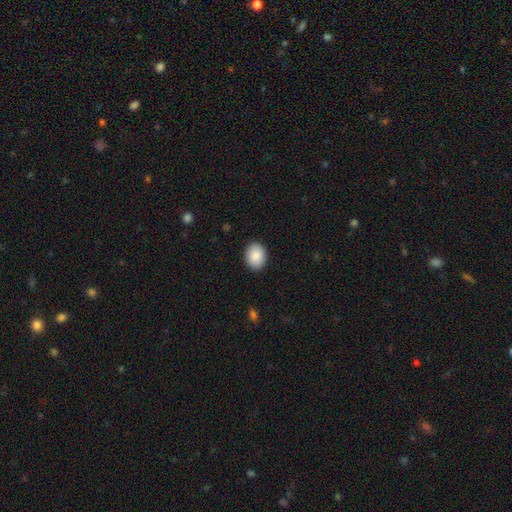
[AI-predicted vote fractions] A smooth galaxy with no disk features (89%) that is in between round and cigar-shaped (60%). Merging: none (90%).